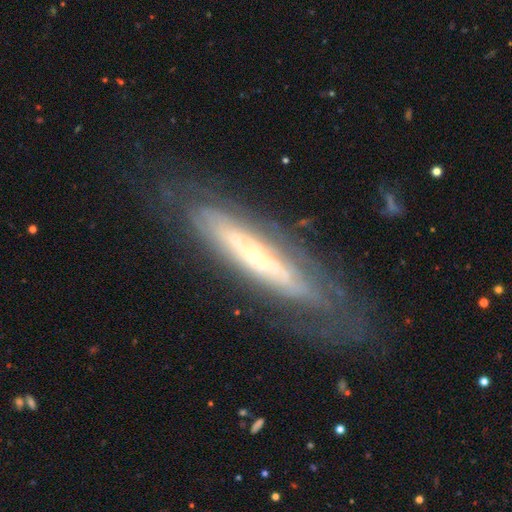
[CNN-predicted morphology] A featured or disk galaxy (74%). Merging: none (71%).